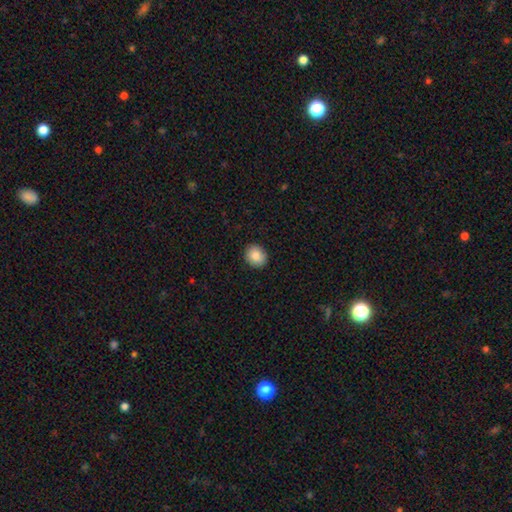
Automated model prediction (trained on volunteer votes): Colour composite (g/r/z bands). It shows a smooth galaxy with no disk features (86%) that is round (63%). Merging: none (90%).